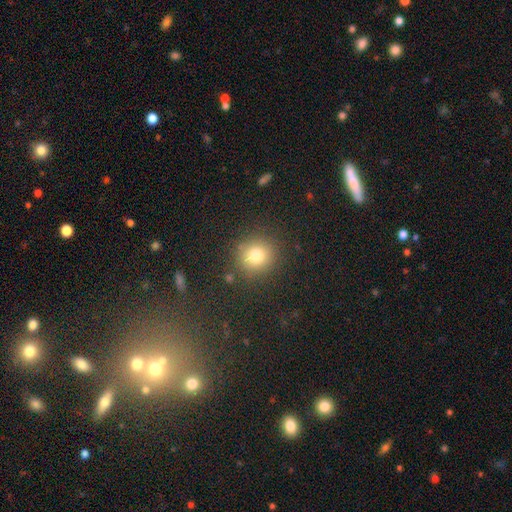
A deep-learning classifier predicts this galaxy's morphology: A smooth galaxy with no disk features (78%) that is round (88%). Merging: none (86%).